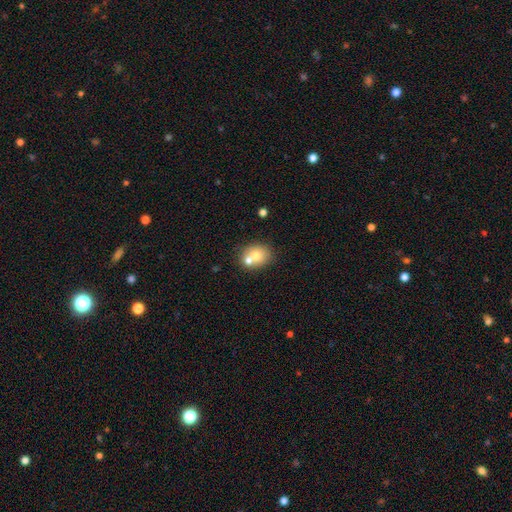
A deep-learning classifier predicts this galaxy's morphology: This appears to be a smooth galaxy with no disk features (70%) that is round (64%). Merging: none (48%).